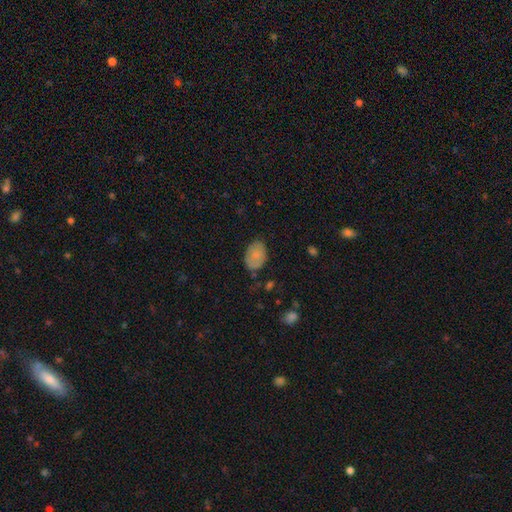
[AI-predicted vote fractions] Smooth or featured? smooth (78%)
How rounded? in between (82%)
Merging? none (75%)